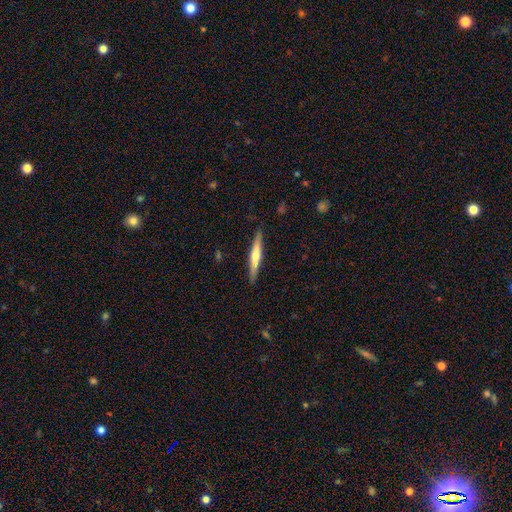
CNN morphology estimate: Smooth or featured?
  - featured or disk: 53% *
  - smooth: 42%
  - star or artifact: 6%
Edge-on disk?
  - yes: 96% *
  - no: 4%
Edge-on bulge?
  - rounded: 75% *
  - none: 19%
  - boxy: 6%
Merging?
  - none: 89% *
  - minor disturbance: 8%
  - major disturbance: 2%
  - merger: 1%